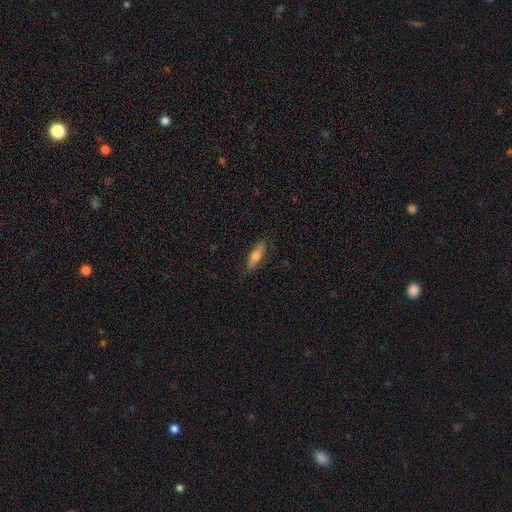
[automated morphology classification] Smooth or featured: smooth — 62% (featured or disk — 31%)
How rounded: cigar-shaped — 58% (in between — 40%)
Merging: none — 85% (minor disturbance — 12%)